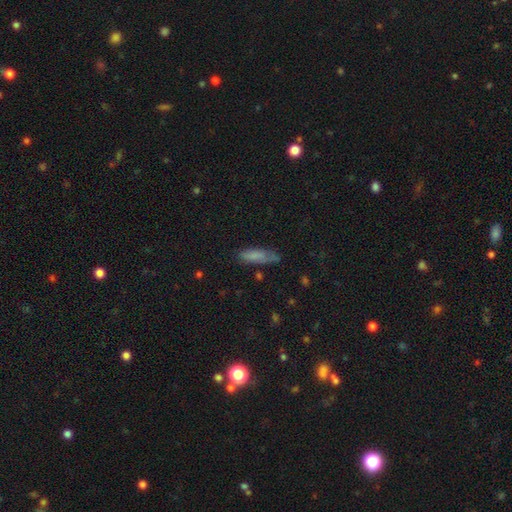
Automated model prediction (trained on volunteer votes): Smooth or featured? Predicted: smooth (p=0.77). How rounded? Predicted: cigar-shaped (p=0.58). Merging? Predicted: none (p=0.66).